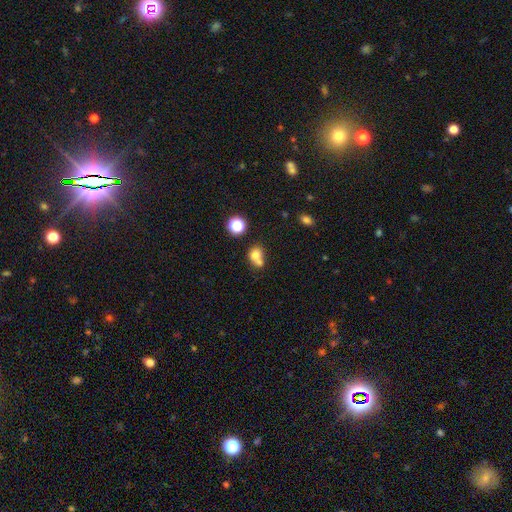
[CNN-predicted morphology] smooth 74%, star or artifact 13%, featured or disk 13%. Down the decision tree: how rounded — round (62%); merging — merger (50%).